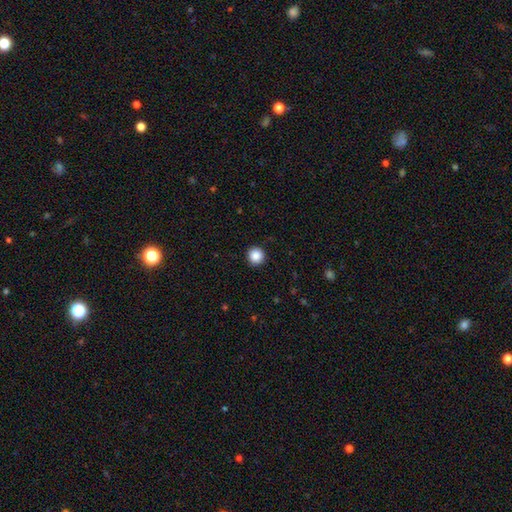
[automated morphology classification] Smooth or featured?
  - smooth: 88% *
  - star or artifact: 9%
  - featured or disk: 3%
How rounded?
  - round: 95% *
  - in between: 4%
  - cigar-shaped: 1%
Merging?
  - none: 93% *
  - minor disturbance: 5%
  - major disturbance: 2%
  - merger: 1%